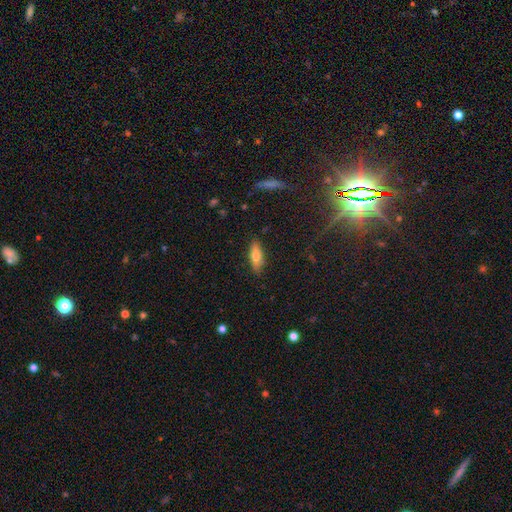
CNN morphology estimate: Smooth or featured?
  - smooth: 72% *
  - featured or disk: 20%
  - star or artifact: 8%
How rounded?
  - in between: 51% *
  - cigar-shaped: 47%
  - round: 2%
Merging?
  - none: 85% *
  - minor disturbance: 11%
  - major disturbance: 2%
  - merger: 1%